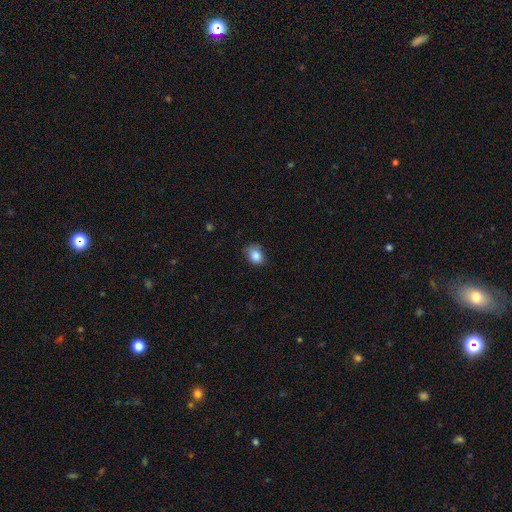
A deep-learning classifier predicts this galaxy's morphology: Smooth or featured? Predicted: smooth (p=0.86). How rounded? Predicted: in between (p=0.63). Merging? Predicted: none (p=0.73).